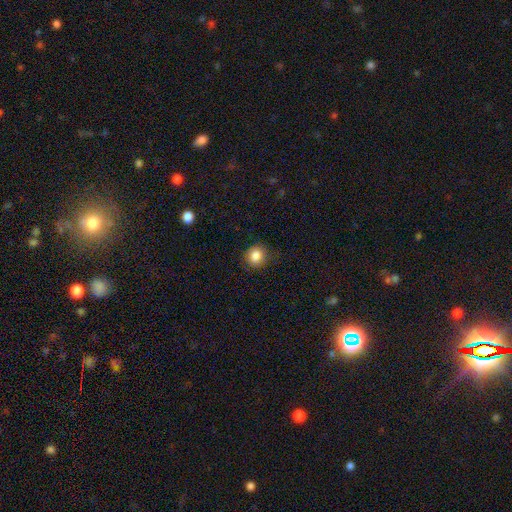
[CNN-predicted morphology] Overall: smooth (85%). How rounded: round (84%). Merging: none (86%).